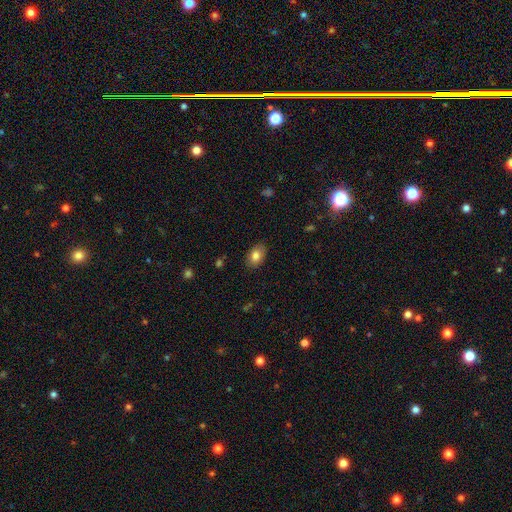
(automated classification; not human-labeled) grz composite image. It shows a smooth galaxy with no disk features (82%) that is in between round and cigar-shaped (86%). Merging: none (86%).